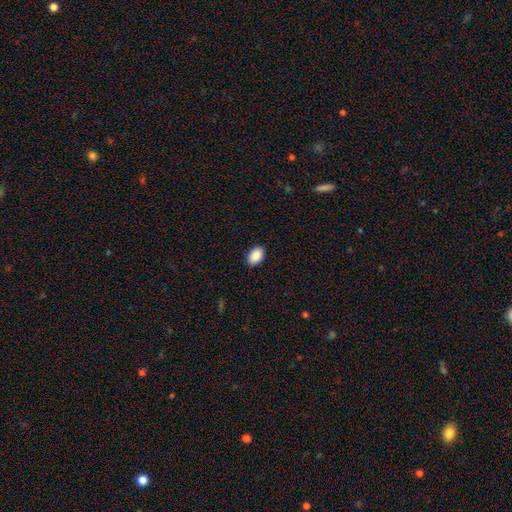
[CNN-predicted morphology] A smooth galaxy with no disk features (91%) that is in between round and cigar-shaped (85%). Merging: none (90%).